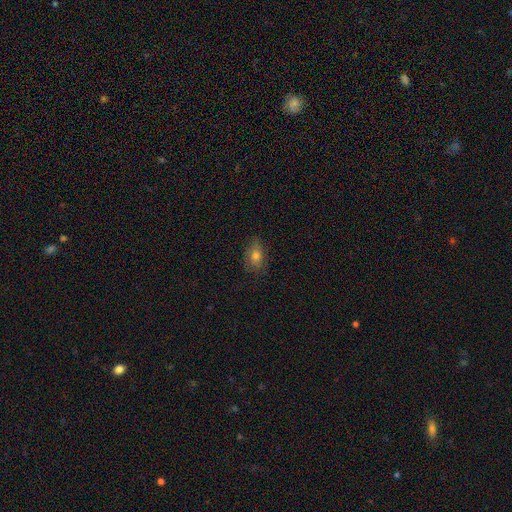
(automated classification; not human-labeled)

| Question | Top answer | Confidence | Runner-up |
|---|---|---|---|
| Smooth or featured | smooth | 71% | featured or disk (17%) |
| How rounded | in between | 76% | round (20%) |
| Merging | none | 75% | minor disturbance (20%) |